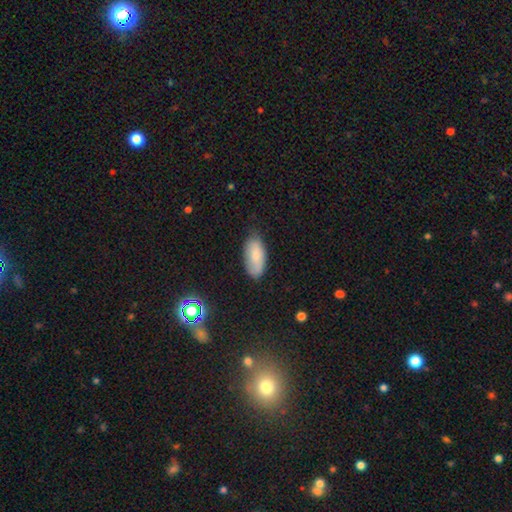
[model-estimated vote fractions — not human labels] Smooth or featured: smooth — 77% (featured or disk — 15%)
How rounded: in between — 90% (cigar-shaped — 7%)
Merging: none — 70% (minor disturbance — 24%)